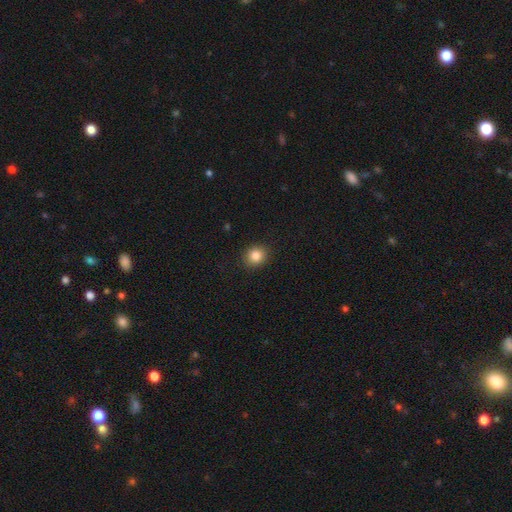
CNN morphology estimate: A smooth galaxy with no disk features (85%) that is round (76%).

Vote fractions:
- Smooth or featured? smooth: 85% / star or artifact: 10% / featured or disk: 5%
- How rounded? round: 76% / in between: 23% / cigar-shaped: 1%
- Merging? none: 90% / minor disturbance: 7% / major disturbance: 2% / merger: 1%